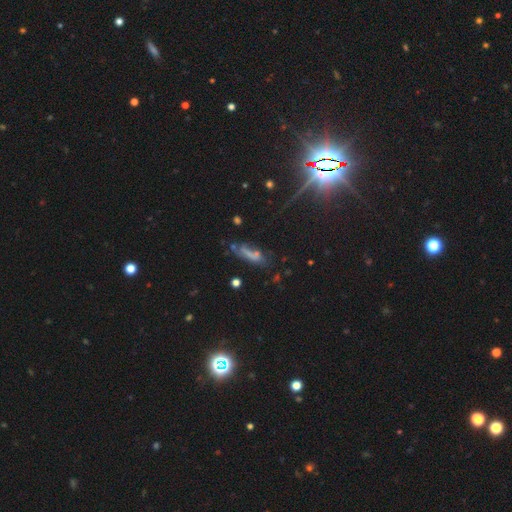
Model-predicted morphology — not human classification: This is marginally a smooth galaxy (40%). Merging: possibly none (48%).